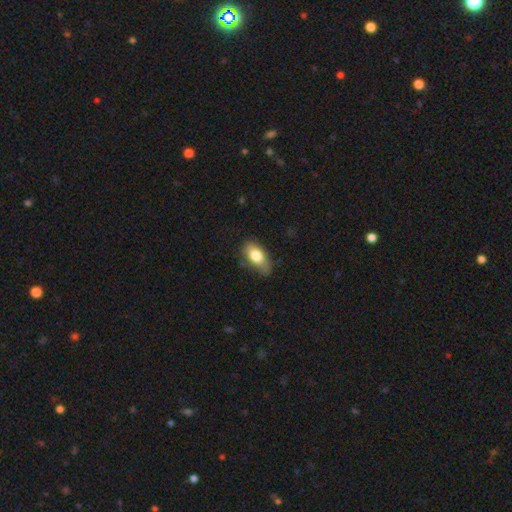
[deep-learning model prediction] A smooth galaxy with no disk features (76%) that is in between round and cigar-shaped (88%).

Vote fractions:
- Smooth or featured? smooth: 76% / featured or disk: 17% / star or artifact: 7%
- How rounded? in between: 88% / round: 6% / cigar-shaped: 6%
- Merging? none: 63% / minor disturbance: 29% / major disturbance: 7% / merger: 2%